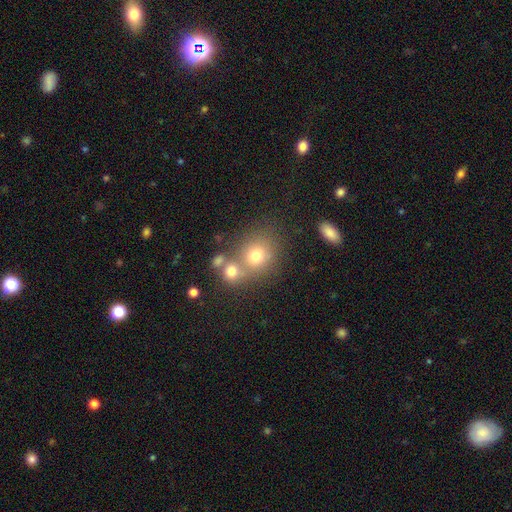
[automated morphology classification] type=smooth (71%); roundness=round (76%); merging=none (50%).